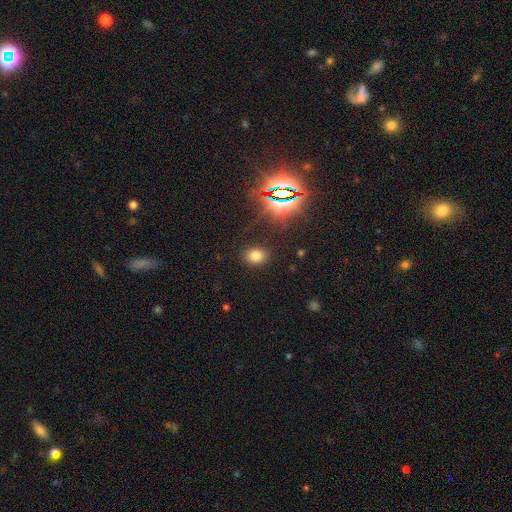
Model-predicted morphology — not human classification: type=smooth (71%); roundness=round (54%); merging=none (87%).